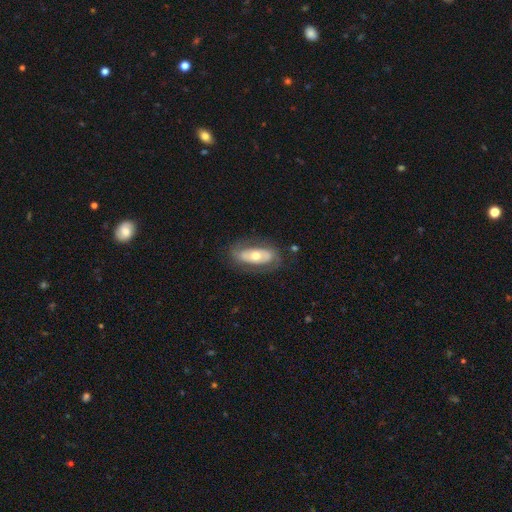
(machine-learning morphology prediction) featured or disk 56%, smooth 39%, star or artifact 5%. Down the decision tree: edge-on disk — no (86%); merging — none (75%).